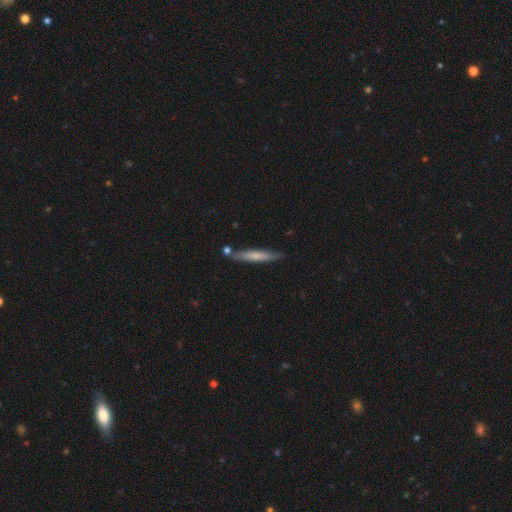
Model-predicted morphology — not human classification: Smooth or featured? smooth (57%)
How rounded? cigar-shaped (93%)
Merging? none (80%)